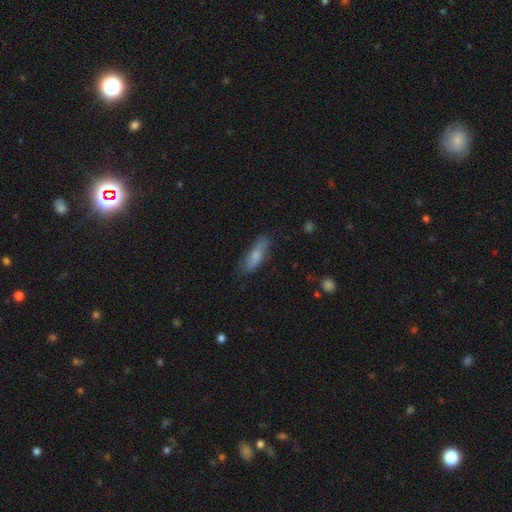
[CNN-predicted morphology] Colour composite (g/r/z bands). It shows a smooth galaxy with no disk features (74%) that is in between round and cigar-shaped (49%). Merging: none (74%).